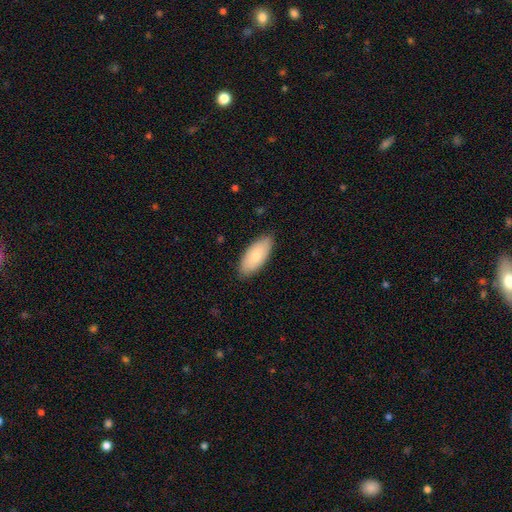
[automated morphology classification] The model was most divided on "smooth or featured": smooth: 76%, featured or disk: 19%, star or artifact: 6%. More confident: how rounded — in between (89%); merging — none (85%).